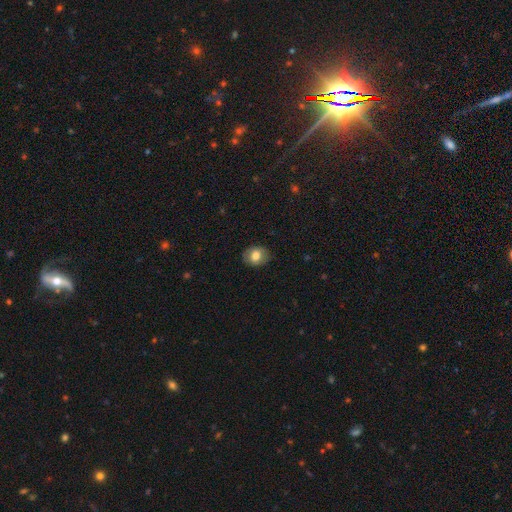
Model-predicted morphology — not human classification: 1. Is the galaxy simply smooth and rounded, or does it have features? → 76% smooth, 16% featured or disk, 8% star or artifact.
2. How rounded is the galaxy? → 50% in between, 49% round, 1% cigar-shaped.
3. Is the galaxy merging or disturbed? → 85% none, 11% minor disturbance, 3% major disturbance, 1% merger.